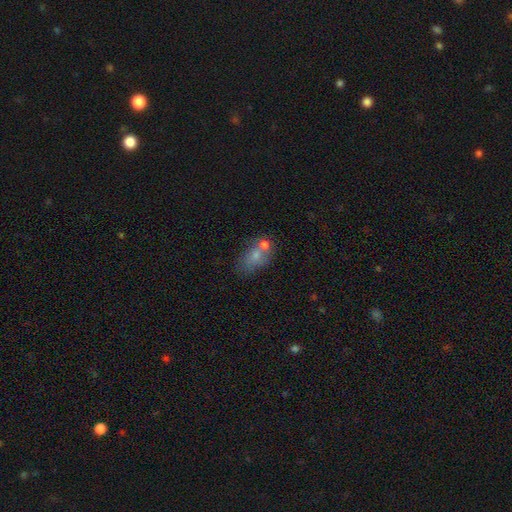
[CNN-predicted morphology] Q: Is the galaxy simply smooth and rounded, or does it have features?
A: smooth — 66%.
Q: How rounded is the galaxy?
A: in between — 80%.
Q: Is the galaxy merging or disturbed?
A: merger — 38%.